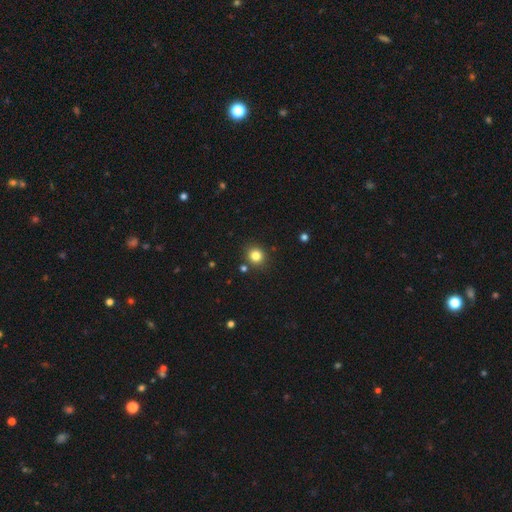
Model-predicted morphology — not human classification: Smooth or featured: smooth — 82% (star or artifact — 13%)
How rounded: round — 85% (in between — 14%)
Merging: none — 86% (minor disturbance — 7%)